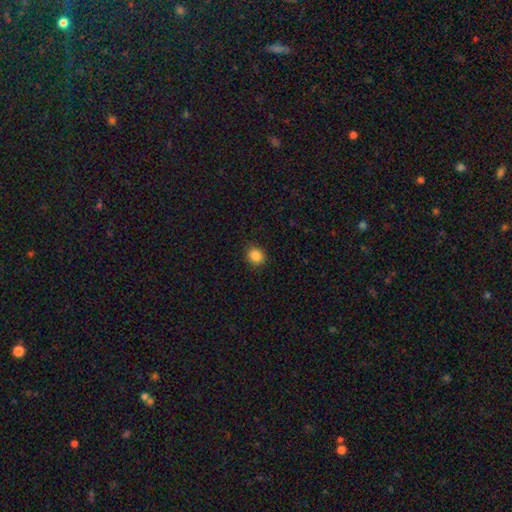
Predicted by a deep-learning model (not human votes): Smooth or featured? smooth (86%)
How rounded? round (75%)
Merging? none (89%)